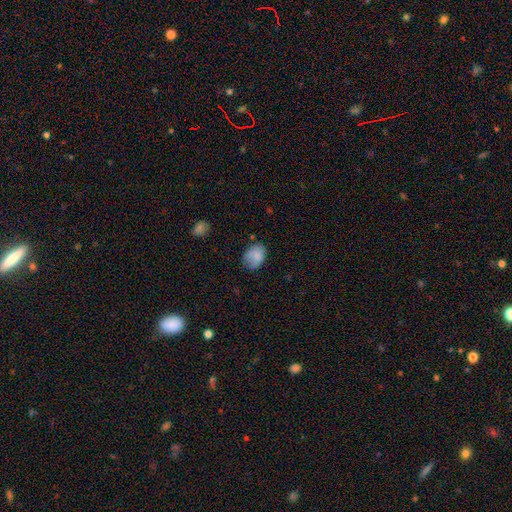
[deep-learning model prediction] Morphology: type=smooth (81%); roundness=in between (76%); merging=none (58%).